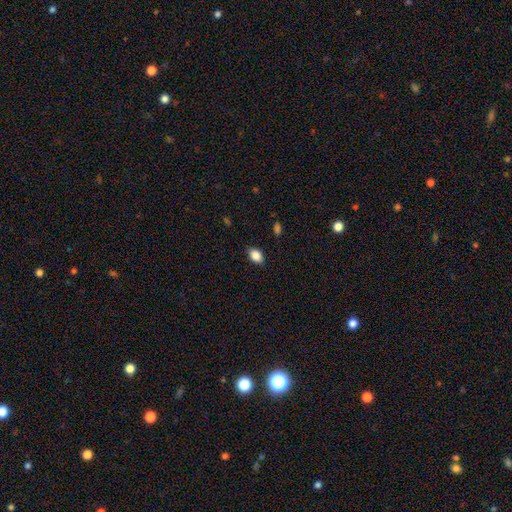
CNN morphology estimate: A smooth galaxy with no disk features (86%) that is in between round and cigar-shaped (86%). Merging: none (87%).